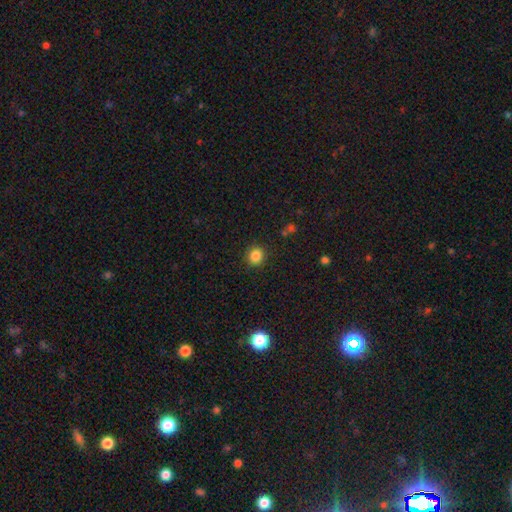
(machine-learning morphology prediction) smooth 84%, star or artifact 11%, featured or disk 4%. Down the decision tree: how rounded — round (80%); merging — none (90%).